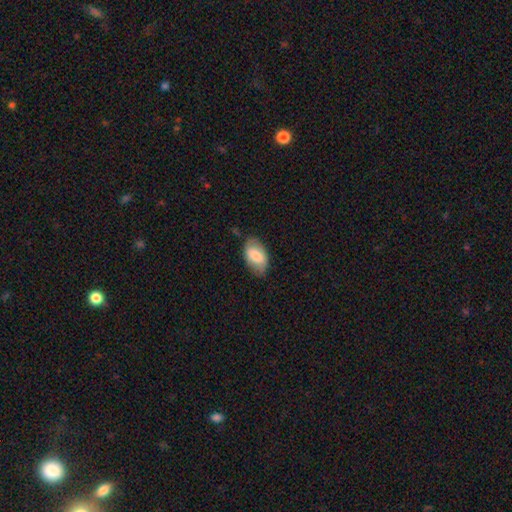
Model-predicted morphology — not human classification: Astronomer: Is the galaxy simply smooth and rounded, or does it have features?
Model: smooth — 73%.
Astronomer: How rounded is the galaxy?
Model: in between — 93%.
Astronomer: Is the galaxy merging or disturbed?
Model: none — 72%.